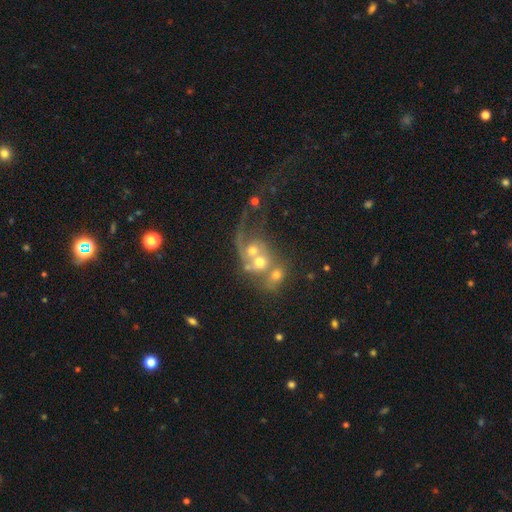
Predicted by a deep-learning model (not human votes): smooth_or_featured: featured or disk (p=0.58) [alt: smooth p=0.27]
disk_edge_on: no (p=0.96) [alt: yes p=0.04]
bar: no (p=0.78) [alt: weak p=0.17]
has_spiral_arms: yes (p=0.57) [alt: no p=0.43]
bulge_size: moderate (p=0.50) [alt: small p=0.26]
merging: merger (p=0.71) [alt: major disturbance p=0.14]